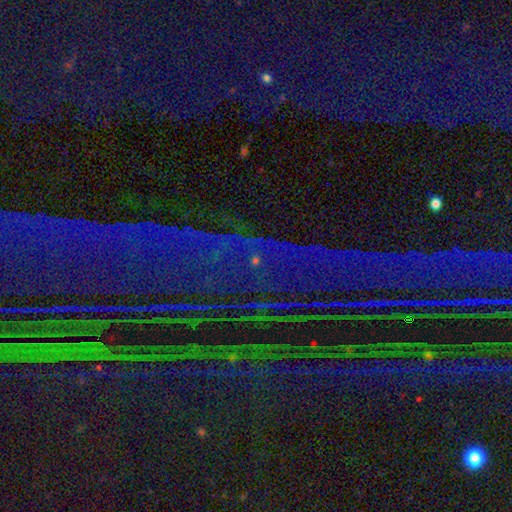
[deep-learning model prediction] Smooth or featured?
  - star or artifact: 85% *
  - featured or disk: 8%
  - smooth: 7%